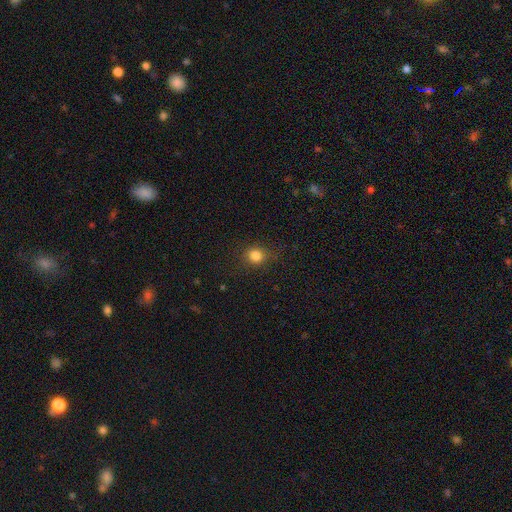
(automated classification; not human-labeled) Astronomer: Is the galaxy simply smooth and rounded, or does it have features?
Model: smooth — 83%.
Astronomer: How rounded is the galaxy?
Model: round — 79%.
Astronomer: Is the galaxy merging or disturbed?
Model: none — 82%.